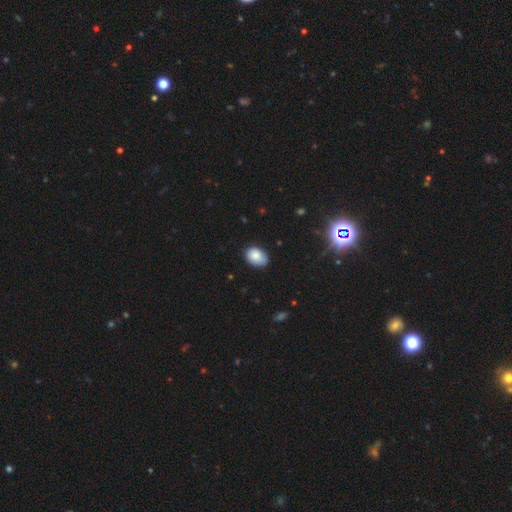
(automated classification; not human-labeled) Morphology: type=smooth (83%); roundness=in between (79%); merging=none (74%).